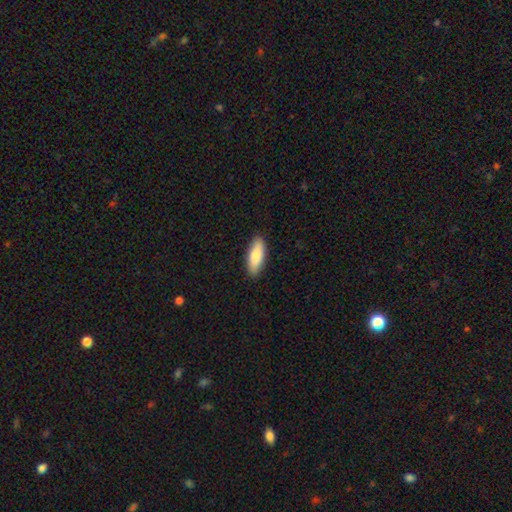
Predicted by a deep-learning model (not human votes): Smooth or featured: smooth — 81% (featured or disk — 14%)
How rounded: in between — 67% (cigar-shaped — 31%)
Merging: none — 89% (minor disturbance — 8%)